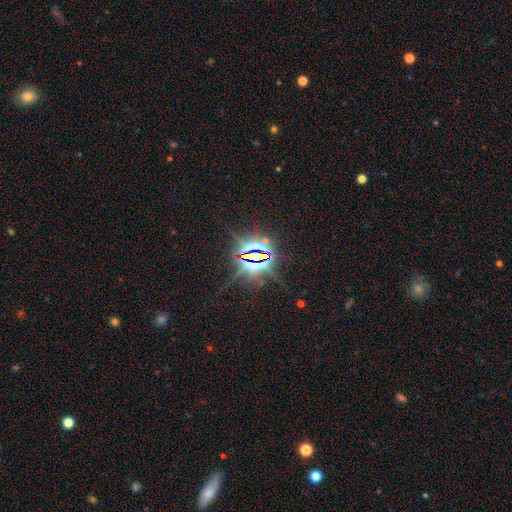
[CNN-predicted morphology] smooth-or-featured: star or artifact: 84% | featured or disk: 8% | smooth: 7%